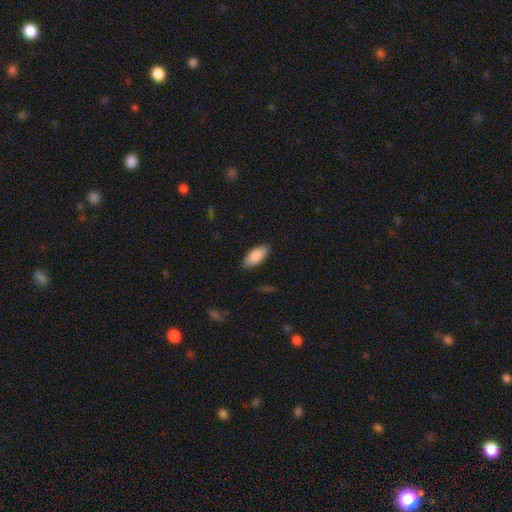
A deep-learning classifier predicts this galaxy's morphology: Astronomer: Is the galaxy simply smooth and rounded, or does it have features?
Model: smooth — 89%.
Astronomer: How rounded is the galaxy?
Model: in between — 88%.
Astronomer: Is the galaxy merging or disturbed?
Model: none — 87%.